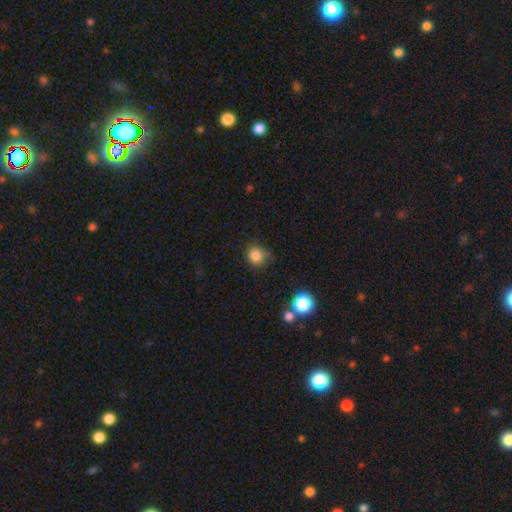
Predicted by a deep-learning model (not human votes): smooth_or_featured: smooth (p=0.84) [alt: star or artifact p=0.11]
how_rounded: round (p=0.88) [alt: in between p=0.11]
merging: none (p=0.74) [alt: minor disturbance p=0.19]